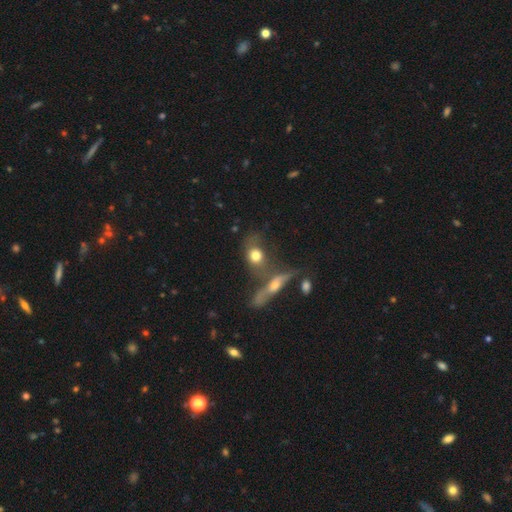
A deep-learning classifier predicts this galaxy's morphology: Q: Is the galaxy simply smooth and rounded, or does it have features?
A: smooth — 66%.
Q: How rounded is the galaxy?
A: round — 47%.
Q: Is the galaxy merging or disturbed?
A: merger — 40%.